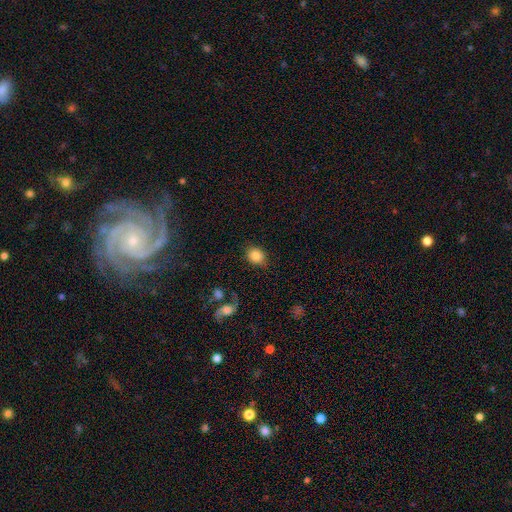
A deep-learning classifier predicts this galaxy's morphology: Smooth or featured?
  - smooth: 85% *
  - star or artifact: 8%
  - featured or disk: 7%
How rounded?
  - round: 56% *
  - in between: 42%
  - cigar-shaped: 1%
Merging?
  - none: 77% *
  - minor disturbance: 14%
  - major disturbance: 5%
  - merger: 3%